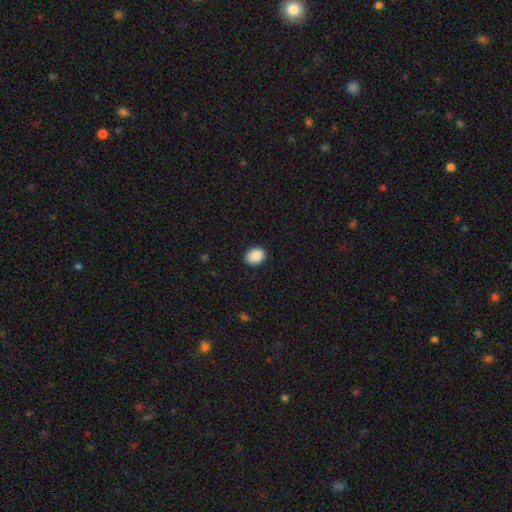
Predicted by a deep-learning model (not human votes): A smooth galaxy with no disk features (90%) that is in between round and cigar-shaped (67%).

Vote fractions:
- Smooth or featured? smooth: 90% / star or artifact: 7% / featured or disk: 3%
- How rounded? in between: 67% / round: 32% / cigar-shaped: 1%
- Merging? none: 89% / minor disturbance: 8% / major disturbance: 2% / merger: 1%